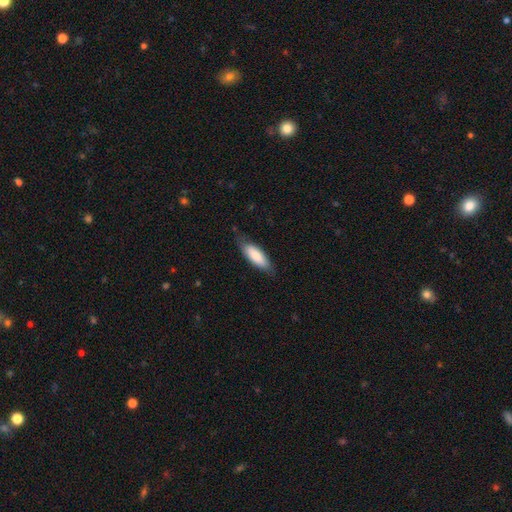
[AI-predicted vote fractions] Smooth or featured? Predicted: smooth (p=0.81). How rounded? Predicted: in between (p=0.64). Merging? Predicted: none (p=0.76).